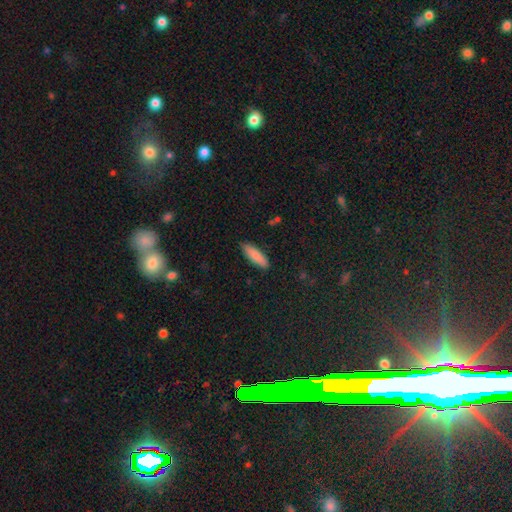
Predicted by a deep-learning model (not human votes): Smooth or featured?
  - smooth: 86% *
  - featured or disk: 8%
  - star or artifact: 6%
How rounded?
  - cigar-shaped: 53% *
  - in between: 45%
  - round: 2%
Merging?
  - none: 85% *
  - minor disturbance: 11%
  - major disturbance: 2%
  - merger: 1%